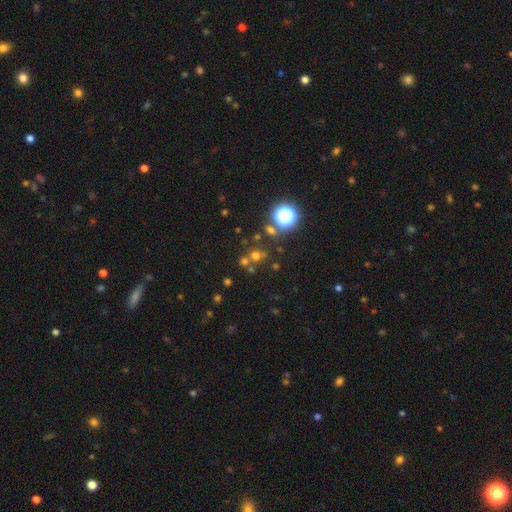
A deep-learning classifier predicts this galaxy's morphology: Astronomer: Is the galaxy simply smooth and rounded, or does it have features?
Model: smooth — 54% (runner-up: star or artifact, 35%).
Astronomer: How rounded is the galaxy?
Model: round — 89%.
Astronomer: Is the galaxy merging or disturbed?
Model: none — 67%.